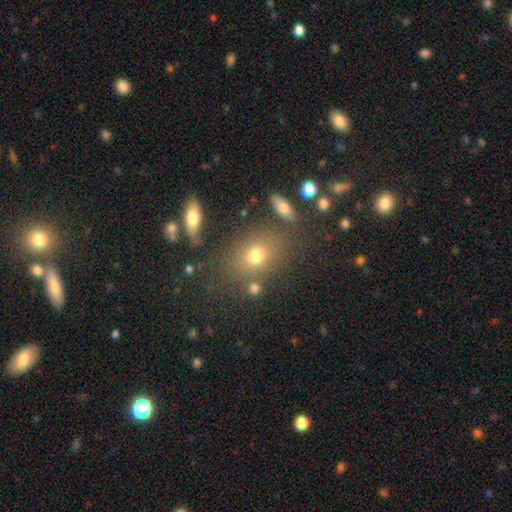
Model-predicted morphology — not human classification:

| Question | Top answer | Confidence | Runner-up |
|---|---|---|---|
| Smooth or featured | smooth | 69% | star or artifact (16%) |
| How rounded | in between | 58% | round (40%) |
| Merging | none | 72% | minor disturbance (13%) |